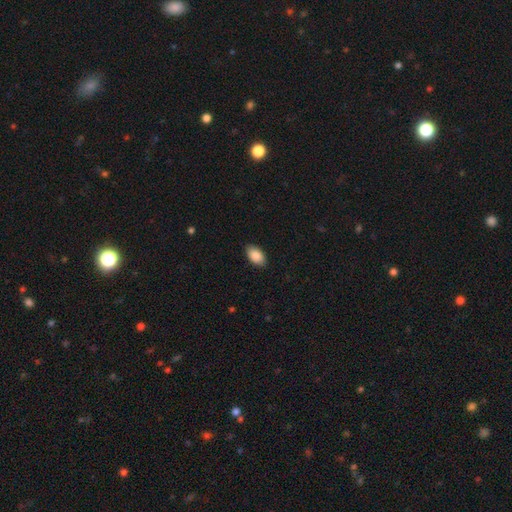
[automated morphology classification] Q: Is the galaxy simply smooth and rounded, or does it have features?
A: smooth — 89%.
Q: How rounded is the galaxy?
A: in between — 94%.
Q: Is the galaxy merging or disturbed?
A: none — 88%.